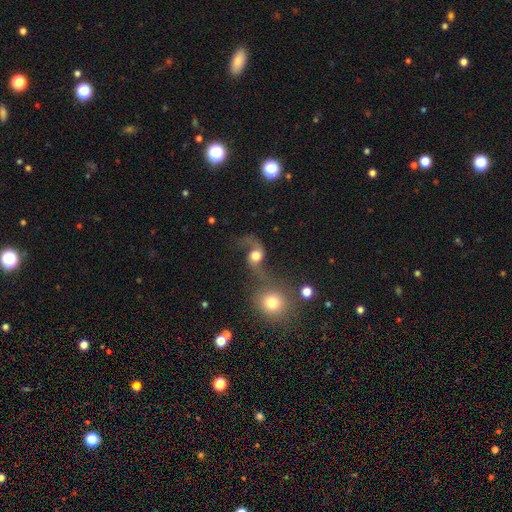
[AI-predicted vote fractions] Smooth or featured?
  - featured or disk: 57% *
  - smooth: 31%
  - star or artifact: 11%
Edge-on disk?
  - no: 96% *
  - yes: 4%
Bar?
  - no: 67% *
  - weak: 26%
  - strong: 7%
Spiral arms?
  - yes: 85% *
  - no: 15%
Bulge size?
  - large: 44% *
  - moderate: 39%
  - dominant: 8%
  - small: 6%
  - none: 3%
Merging?
  - none: 34% *
  - merger: 32%
  - major disturbance: 21%
  - minor disturbance: 13%